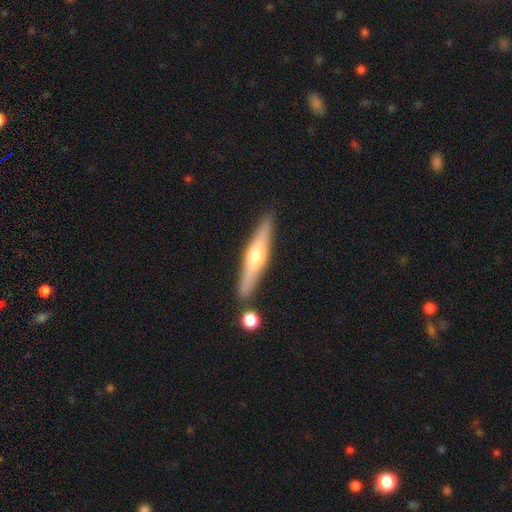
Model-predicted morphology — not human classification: smooth_or_featured: featured or disk (p=0.58) [alt: smooth p=0.37]
disk_edge_on: yes (p=0.95) [alt: no p=0.05]
edge_on_bulge: rounded (p=0.91) [alt: none p=0.05]
merging: none (p=0.85) [alt: minor disturbance p=0.08]